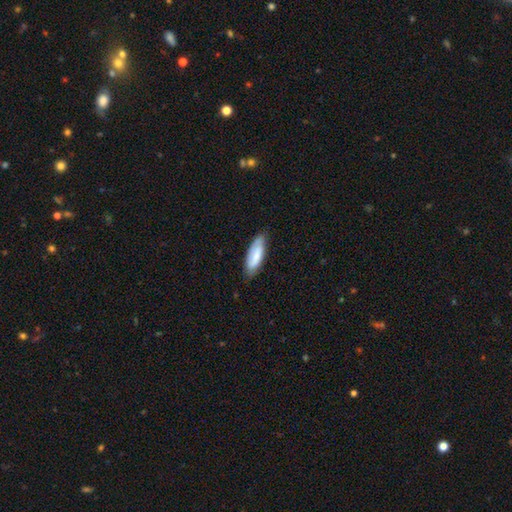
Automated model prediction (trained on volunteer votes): smooth 71%, featured or disk 23%, star or artifact 6%. Down the decision tree: how rounded — in between (65%); merging — none (70%).